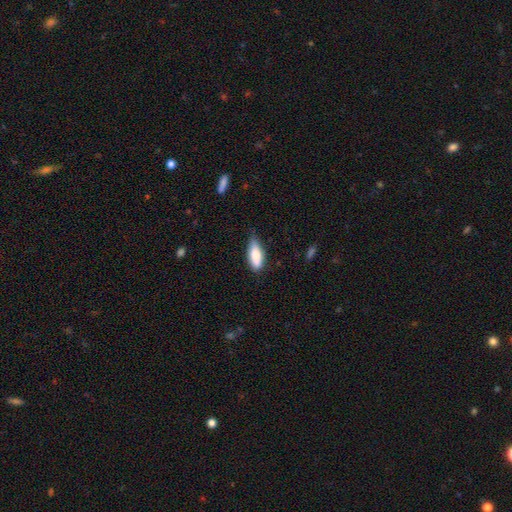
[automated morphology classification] Smooth or featured? Predicted: smooth (p=0.78). How rounded? Predicted: in between (p=0.72). Merging? Predicted: none (p=0.67).